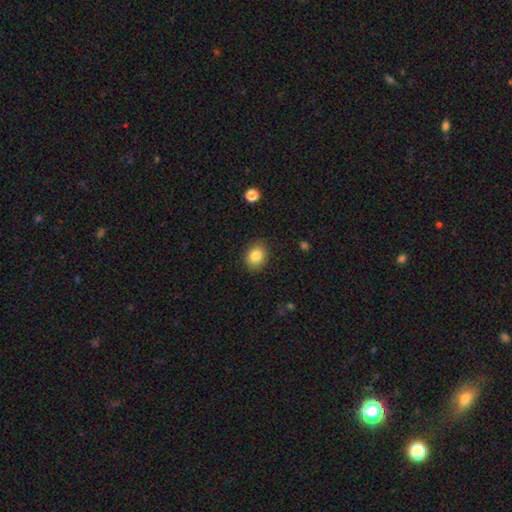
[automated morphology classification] smooth_or_featured: smooth (p=0.84) [alt: star or artifact p=0.09]
how_rounded: round (p=0.54) [alt: in between p=0.46]
merging: none (p=0.87) [alt: minor disturbance p=0.09]